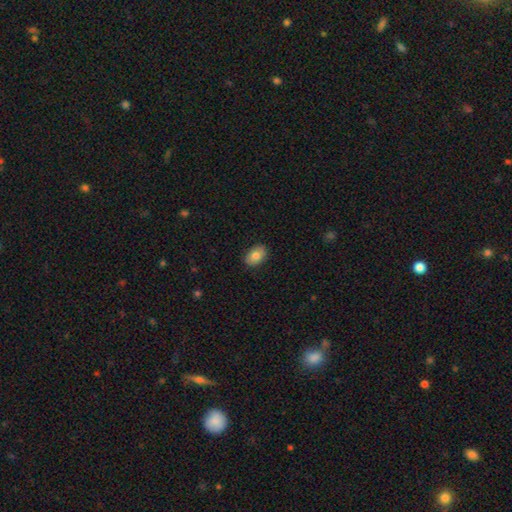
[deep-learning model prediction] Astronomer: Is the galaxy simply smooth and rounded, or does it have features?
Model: smooth — 81%.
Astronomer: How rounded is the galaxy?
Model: in between — 85%.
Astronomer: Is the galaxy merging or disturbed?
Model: none — 88%.